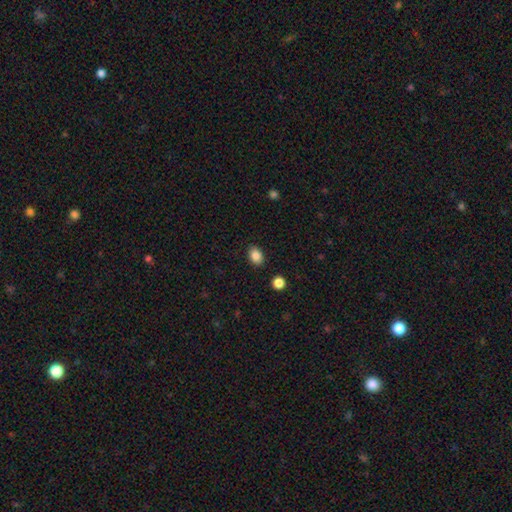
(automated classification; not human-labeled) Smooth or featured? Predicted: smooth (p=0.86). How rounded? Predicted: in between (p=0.74). Merging? Predicted: none (p=0.88).